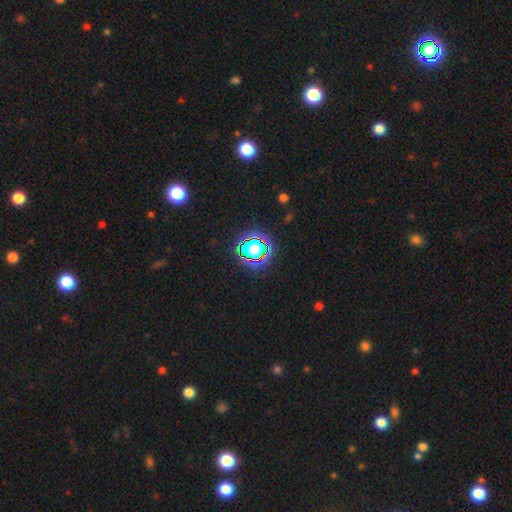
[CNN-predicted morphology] Smooth or featured: star or artifact — 81% (smooth — 12%)